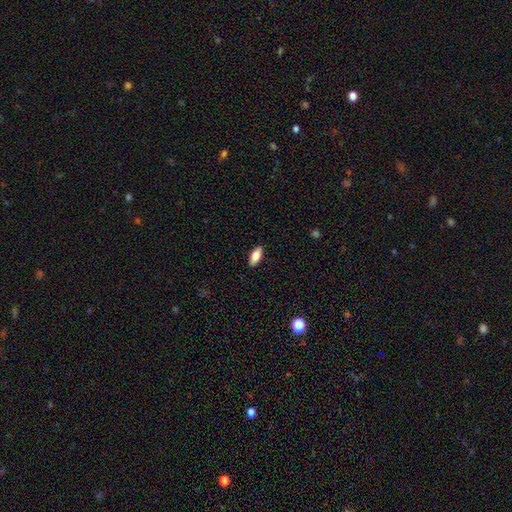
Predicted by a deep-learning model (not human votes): smooth_or_featured: smooth (p=0.80) [alt: featured or disk p=0.13]
how_rounded: in between (p=0.83) [alt: cigar-shaped p=0.15]
merging: none (p=0.88) [alt: minor disturbance p=0.09]